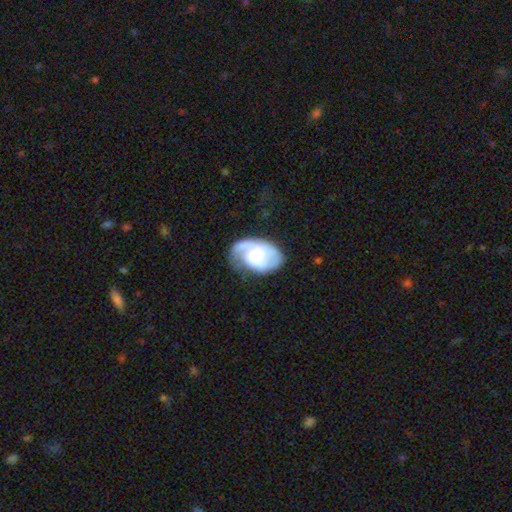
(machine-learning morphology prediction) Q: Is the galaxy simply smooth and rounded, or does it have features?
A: featured or disk — 76%.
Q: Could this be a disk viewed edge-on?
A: no — 97%.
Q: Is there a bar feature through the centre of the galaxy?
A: weak — 50%.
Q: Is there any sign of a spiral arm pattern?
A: yes — 91%.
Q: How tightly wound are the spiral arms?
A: medium — 46%.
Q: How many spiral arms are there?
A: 2 — 69%.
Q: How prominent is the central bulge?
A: moderate — 38%.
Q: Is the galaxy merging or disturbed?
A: none — 60%.